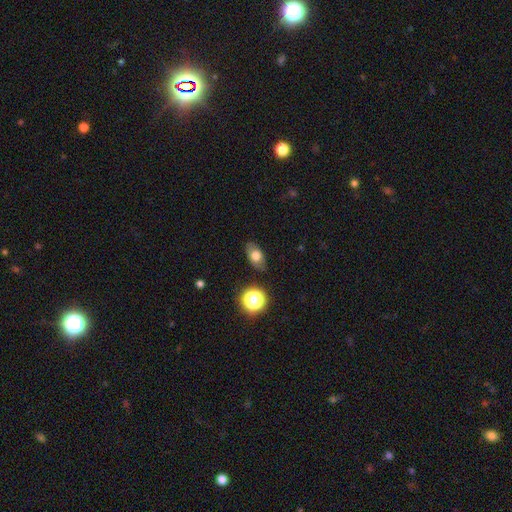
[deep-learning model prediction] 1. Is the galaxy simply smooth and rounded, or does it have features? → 68% smooth, 21% featured or disk, 11% star or artifact.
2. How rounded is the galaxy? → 84% in between, 13% round, 3% cigar-shaped.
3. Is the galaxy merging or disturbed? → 82% none, 13% minor disturbance, 3% major disturbance, 2% merger.